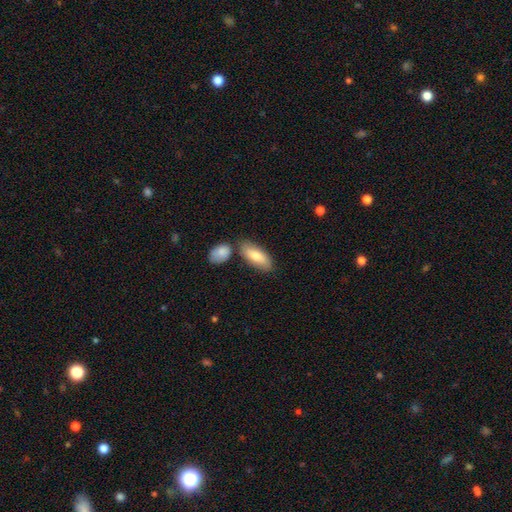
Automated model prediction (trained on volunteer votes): Smooth or featured? Predicted: smooth (p=0.74). How rounded? Predicted: in between (p=0.81). Merging? Predicted: none (p=0.68).